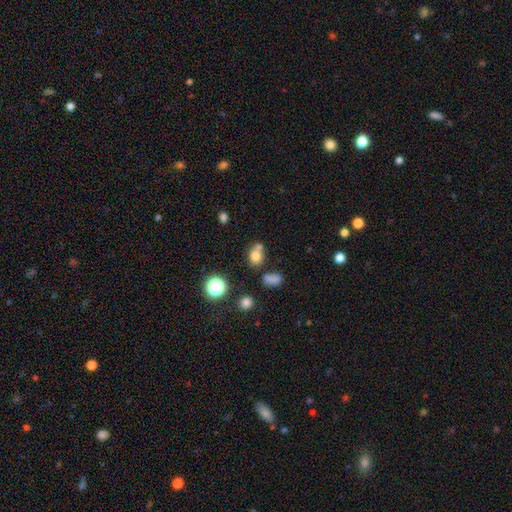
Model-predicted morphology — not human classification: Q: Smooth or featured?
A: smooth (73%); runner-up: star or artifact (17%)
Q: How rounded?
A: round (58%); runner-up: in between (40%)
Q: Merging?
A: none (48%); runner-up: merger (35%)